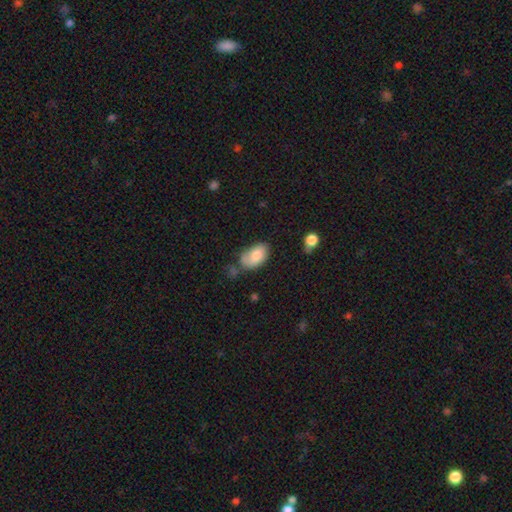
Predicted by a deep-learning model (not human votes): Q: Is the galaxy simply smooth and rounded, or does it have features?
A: smooth — 80%.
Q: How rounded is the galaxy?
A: in between — 93%.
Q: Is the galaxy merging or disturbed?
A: none — 47%.